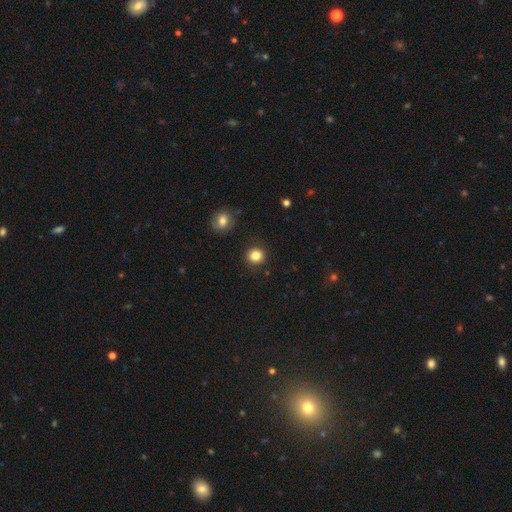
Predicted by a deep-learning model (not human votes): This appears to be a smooth galaxy with no disk features (84%) that is round (91%). Merging: none (91%).